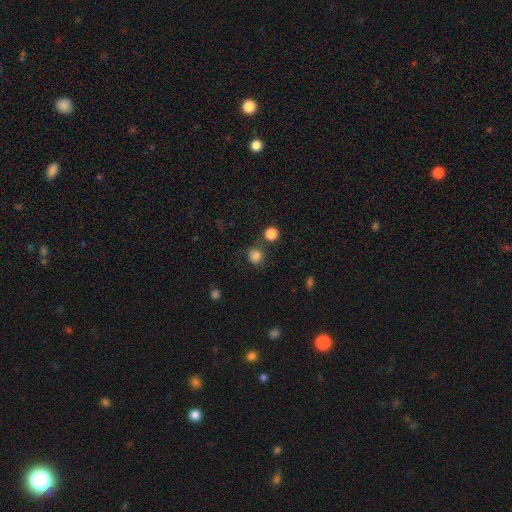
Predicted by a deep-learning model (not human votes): smooth 82%, star or artifact 14%, featured or disk 4%. Down the decision tree: how rounded — round (86%); merging — none (76%).